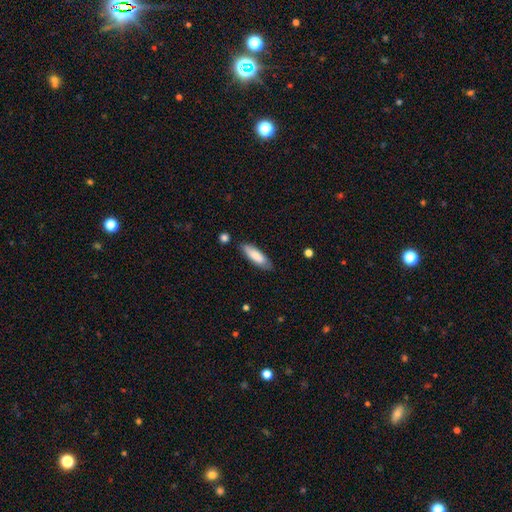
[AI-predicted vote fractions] smooth 80%, featured or disk 14%, star or artifact 6%. Down the decision tree: how rounded — in between (50%); merging — none (79%).